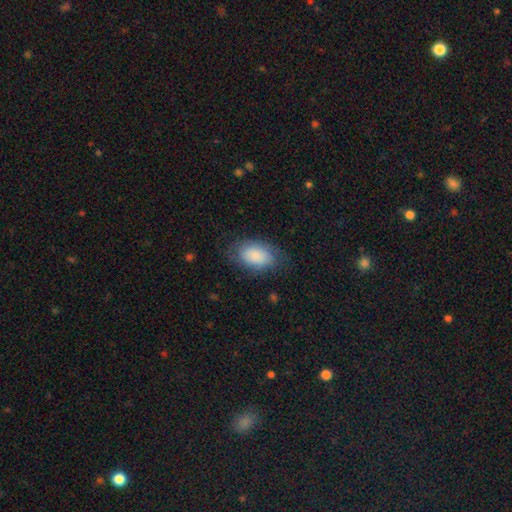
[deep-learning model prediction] A smooth galaxy with no disk features (81%) that is in between round and cigar-shaped (91%).

Vote fractions:
- Smooth or featured? smooth: 81% / featured or disk: 13% / star or artifact: 7%
- How rounded? in between: 91% / round: 8% / cigar-shaped: 1%
- Merging? none: 70% / minor disturbance: 21% / major disturbance: 8% / merger: 1%